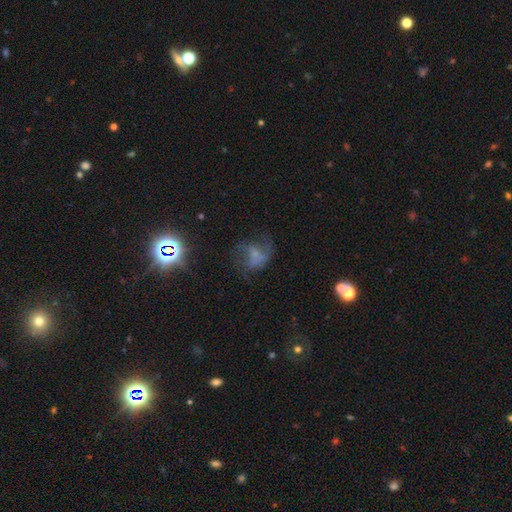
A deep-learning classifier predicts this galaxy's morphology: A featured or disk galaxy (46%). Merging: major disturbance (39%).